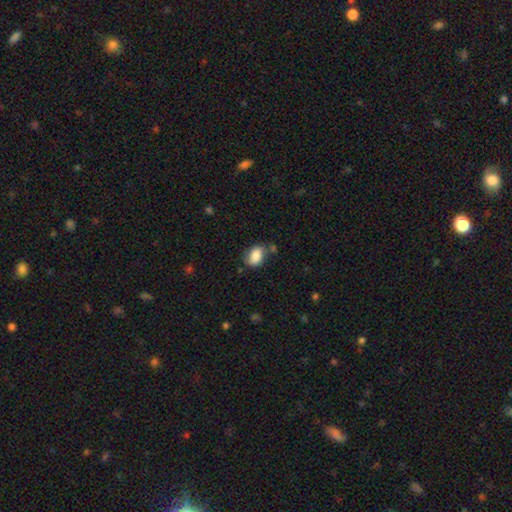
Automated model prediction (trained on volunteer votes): Smooth or featured?
  - smooth: 81% *
  - featured or disk: 11%
  - star or artifact: 8%
How rounded?
  - in between: 82% *
  - round: 17%
  - cigar-shaped: 2%
Merging?
  - none: 60% *
  - minor disturbance: 26%
  - major disturbance: 8%
  - merger: 7%